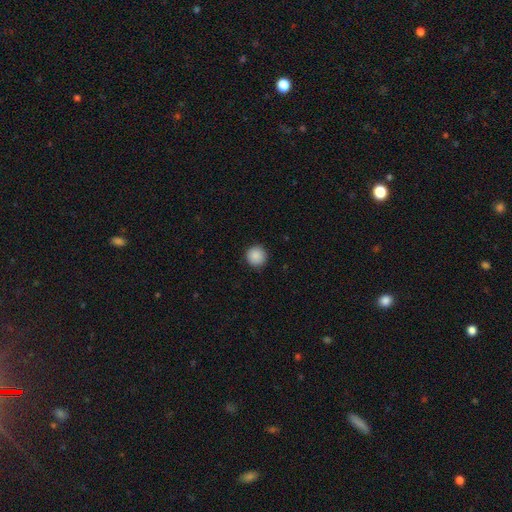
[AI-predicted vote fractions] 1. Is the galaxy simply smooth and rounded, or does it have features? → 89% smooth, 8% star or artifact, 3% featured or disk.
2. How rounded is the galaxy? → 95% round, 4% in between, 1% cigar-shaped.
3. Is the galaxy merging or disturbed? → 91% none, 6% minor disturbance, 2% major disturbance, 1% merger.